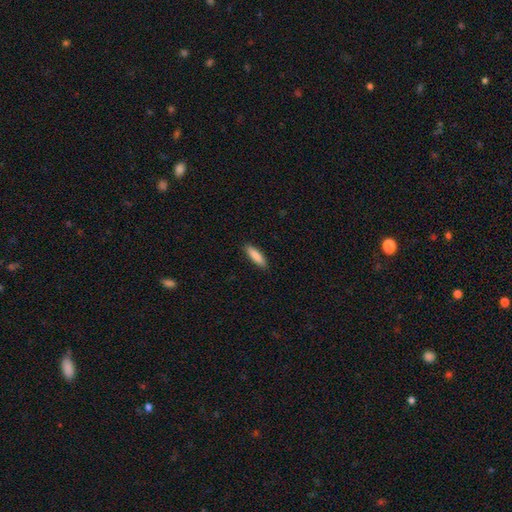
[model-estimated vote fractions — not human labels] Q: Smooth or featured?
A: smooth (86%); runner-up: featured or disk (8%)
Q: How rounded?
A: cigar-shaped (63%); runner-up: in between (36%)
Q: Merging?
A: none (89%); runner-up: minor disturbance (8%)